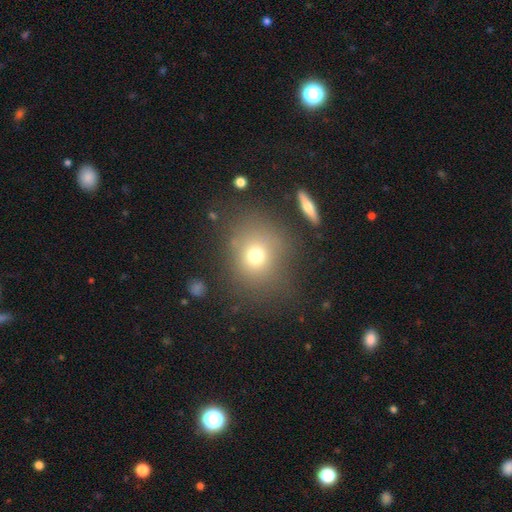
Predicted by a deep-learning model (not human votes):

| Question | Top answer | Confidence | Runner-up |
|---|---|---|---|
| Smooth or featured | smooth | 70% | star or artifact (16%) |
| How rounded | round | 71% | in between (28%) |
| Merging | none | 75% | minor disturbance (13%) |